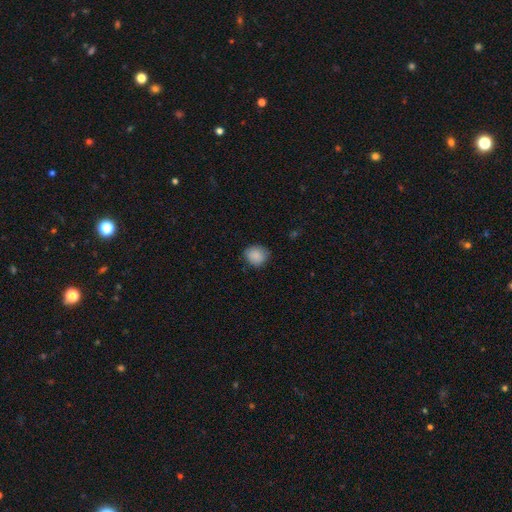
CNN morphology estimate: type=smooth (88%); roundness=round (78%); merging=none (77%).